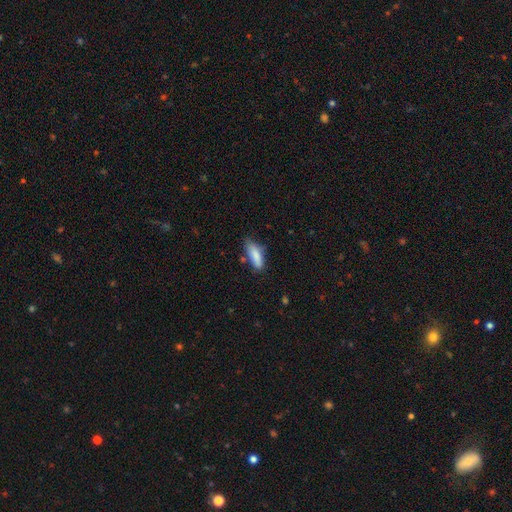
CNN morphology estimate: This appears to be a smooth galaxy with no disk features (84%) that is in between round and cigar-shaped (61%). Merging: none (65%).